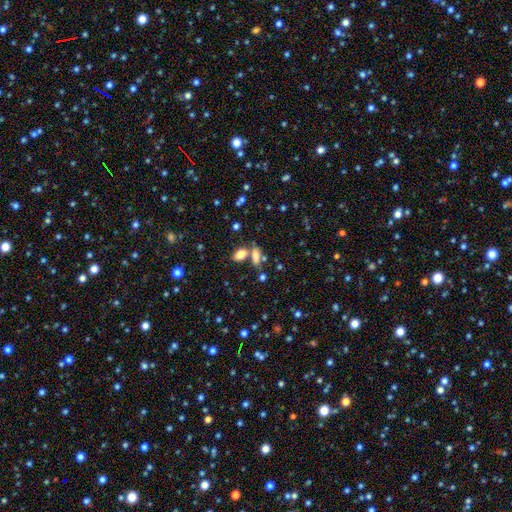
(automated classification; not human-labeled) A smooth galaxy with no disk features (76%) that is in between round and cigar-shaped (75%).

Vote fractions:
- Smooth or featured? smooth: 76% / star or artifact: 13% / featured or disk: 11%
- How rounded? in between: 75% / cigar-shaped: 18% / round: 7%
- Merging? none: 49% / merger: 35% / minor disturbance: 11% / major disturbance: 5%